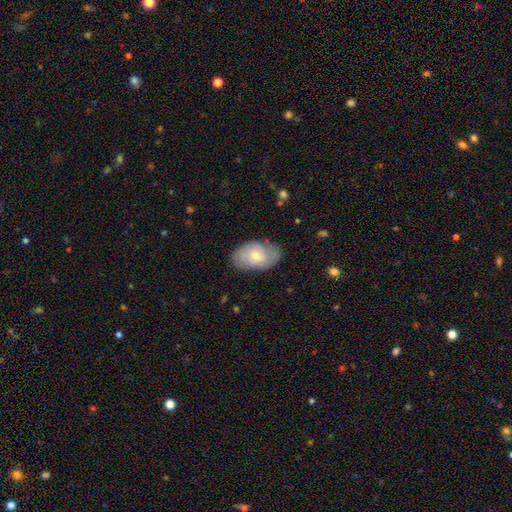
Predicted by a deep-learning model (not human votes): Smooth or featured? smooth (59%)
How rounded? in between (90%)
Merging? none (70%)